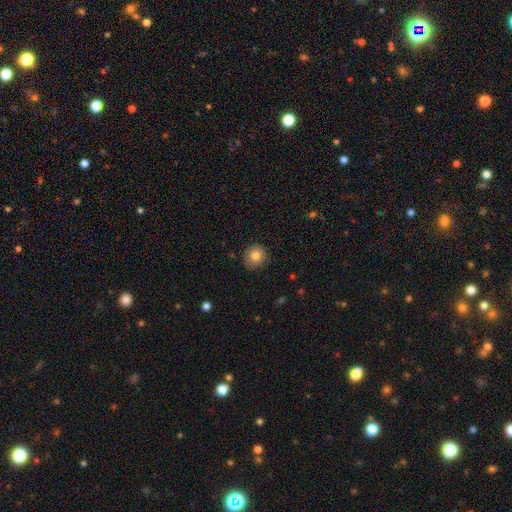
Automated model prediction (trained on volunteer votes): Smooth or featured: smooth — 80% (featured or disk — 10%)
How rounded: round — 88% (in between — 12%)
Merging: none — 88% (minor disturbance — 9%)